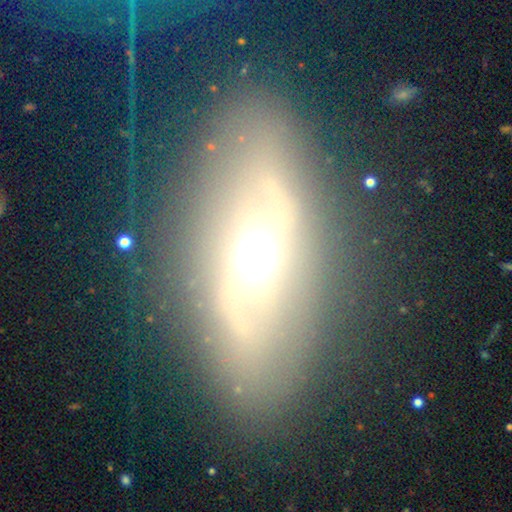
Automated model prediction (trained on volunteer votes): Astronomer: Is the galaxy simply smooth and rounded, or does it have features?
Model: featured or disk — 64%.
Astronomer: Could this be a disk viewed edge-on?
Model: no — 68%.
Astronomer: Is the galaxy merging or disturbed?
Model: none — 72%.